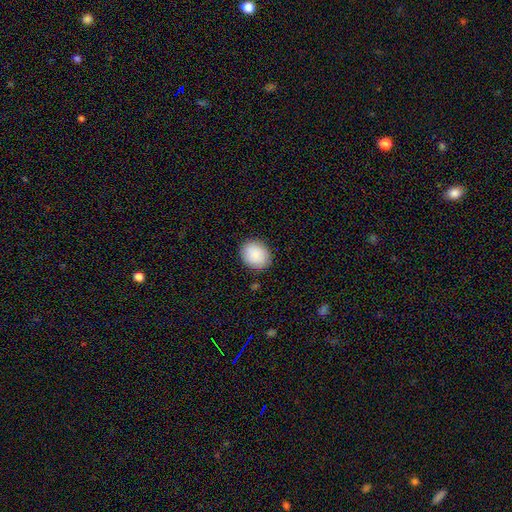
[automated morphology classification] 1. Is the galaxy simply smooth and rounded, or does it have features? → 89% smooth, 7% star or artifact, 4% featured or disk.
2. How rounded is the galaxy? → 58% round, 41% in between, 1% cigar-shaped.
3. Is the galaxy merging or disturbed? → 88% none, 8% minor disturbance, 2% major disturbance, 1% merger.